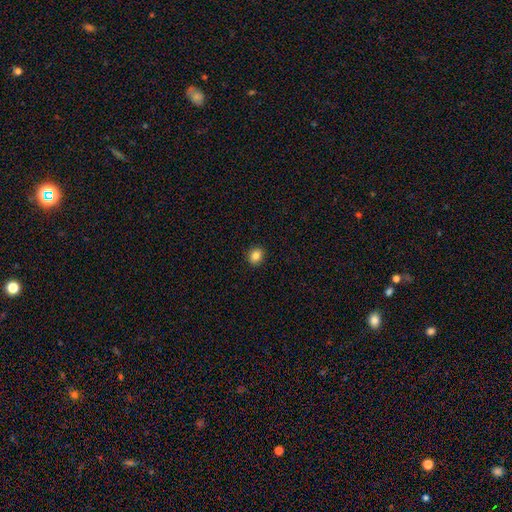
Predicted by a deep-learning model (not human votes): smooth_or_featured: smooth (p=0.84) [alt: star or artifact p=0.11]
how_rounded: round (p=0.66) [alt: in between p=0.34]
merging: none (p=0.92) [alt: minor disturbance p=0.06]